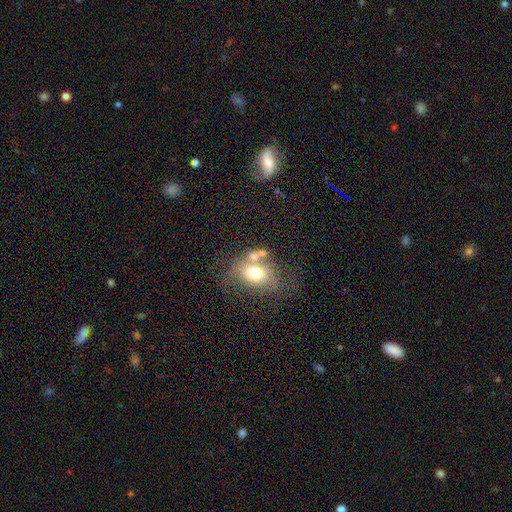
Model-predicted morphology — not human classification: type=smooth (61%); roundness=in between (72%); merging=merger (36%).